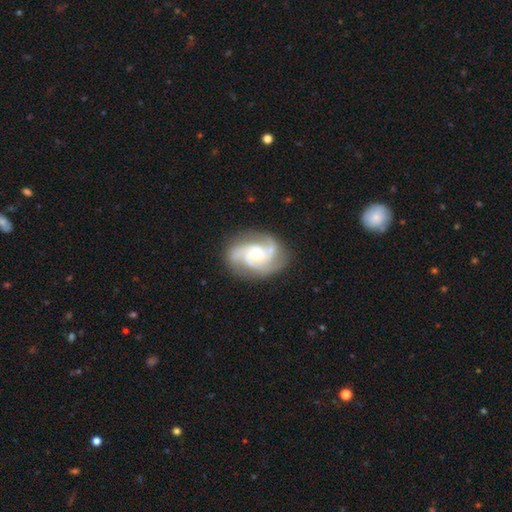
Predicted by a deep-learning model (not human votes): This appears to be a featured or disk galaxy (88%) with no bar (68%), 3 (63%) medium (49%) spiral arms (98%) and a moderate central bulge (48%). Merging: none (76%).